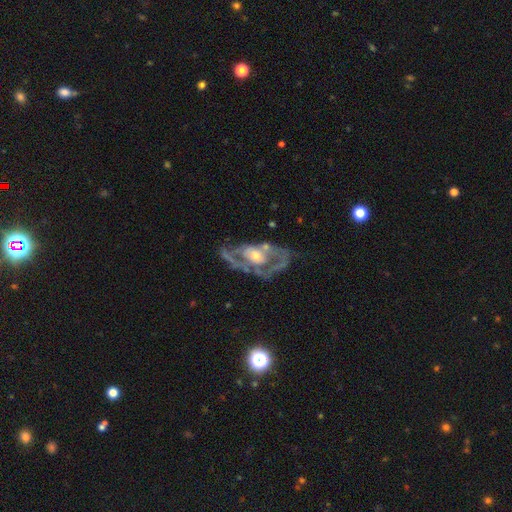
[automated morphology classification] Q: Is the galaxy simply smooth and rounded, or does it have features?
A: featured or disk — 82%.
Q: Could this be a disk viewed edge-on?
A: no — 94%.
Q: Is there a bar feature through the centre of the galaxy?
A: no — 71%.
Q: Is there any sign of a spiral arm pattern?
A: yes — 70%.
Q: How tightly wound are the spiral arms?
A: medium — 42%.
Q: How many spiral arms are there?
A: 2 — 52%.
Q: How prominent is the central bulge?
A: moderate — 56%.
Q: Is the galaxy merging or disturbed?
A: none — 49%.